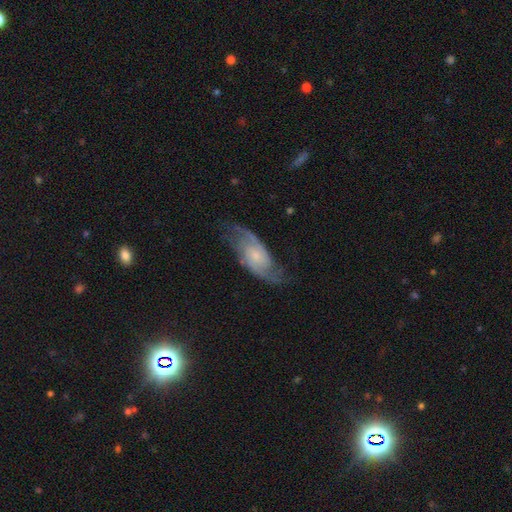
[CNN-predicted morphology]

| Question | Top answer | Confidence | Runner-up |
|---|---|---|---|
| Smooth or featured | featured or disk | 83% | smooth (11%) |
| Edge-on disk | no | 94% | yes (6%) |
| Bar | no | 61% | weak (33%) |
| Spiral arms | yes | 96% | no (4%) |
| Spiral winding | medium | 48% | loose (29%) |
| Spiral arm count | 2 | 82% | can't tell (8%) |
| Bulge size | small | 53% | moderate (29%) |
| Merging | none | 70% | minor disturbance (19%) |